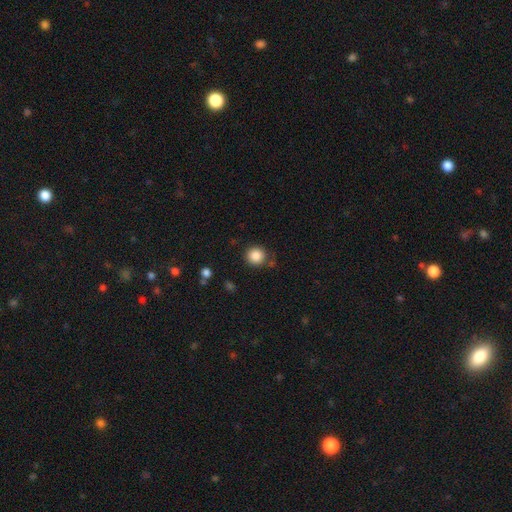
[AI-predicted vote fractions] Smooth or featured? Predicted: smooth (p=0.86). How rounded? Predicted: round (p=0.93). Merging? Predicted: none (p=0.82).